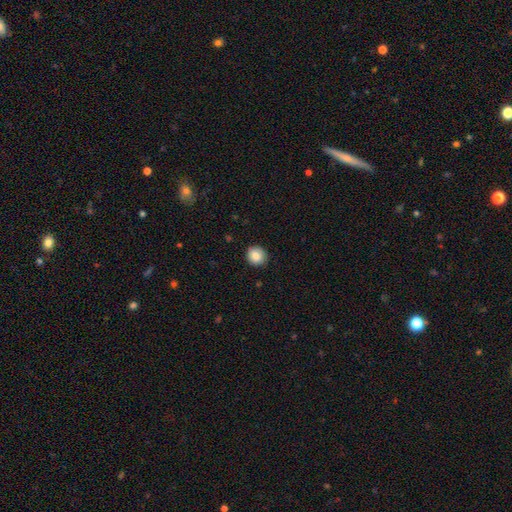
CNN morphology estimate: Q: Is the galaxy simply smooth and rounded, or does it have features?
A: smooth — 85%.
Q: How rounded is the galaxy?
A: round — 86%.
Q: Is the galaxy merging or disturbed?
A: none — 88%.